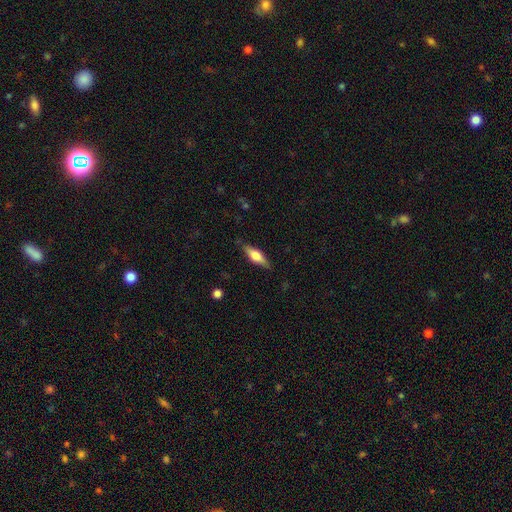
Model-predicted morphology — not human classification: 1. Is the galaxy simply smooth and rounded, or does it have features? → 49% featured or disk, 44% smooth, 6% star or artifact.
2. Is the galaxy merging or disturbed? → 84% none, 12% minor disturbance, 3% major disturbance, 1% merger.